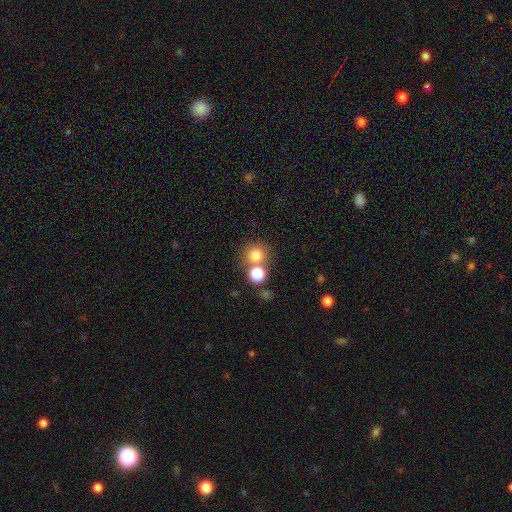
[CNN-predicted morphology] Smooth or featured? Predicted: smooth (p=0.77). How rounded? Predicted: round (p=0.88). Merging? Predicted: none (p=0.60).